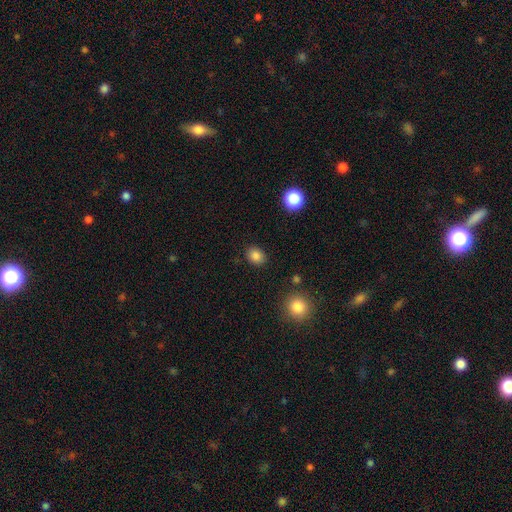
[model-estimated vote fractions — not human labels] Smooth or featured: smooth — 84% (star or artifact — 11%)
How rounded: in between — 50% (round — 49%)
Merging: none — 87% (minor disturbance — 9%)